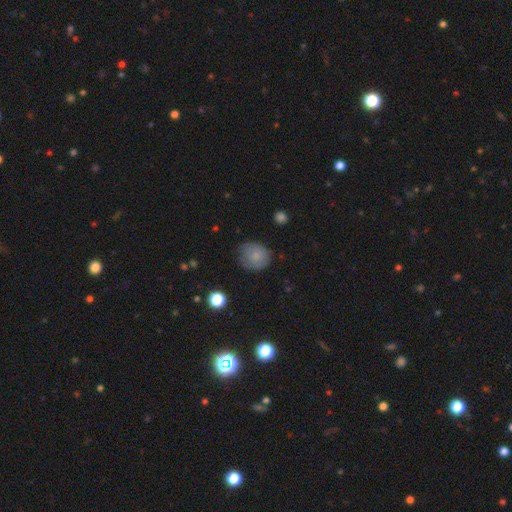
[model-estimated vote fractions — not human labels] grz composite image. It shows a smooth galaxy with no disk features (78%) that is round (77%). Merging: none (68%).